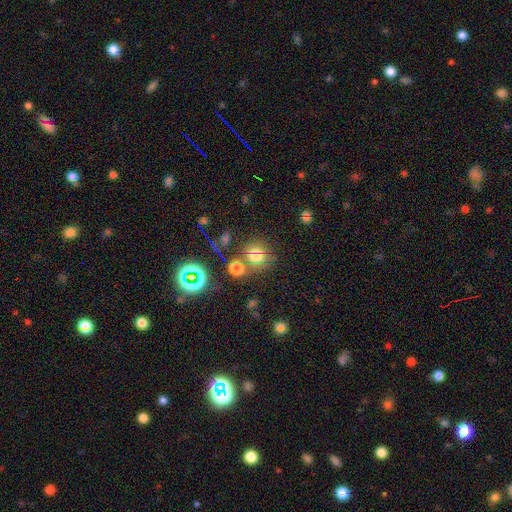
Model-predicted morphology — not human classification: smooth_or_featured: smooth (p=0.59) [alt: star or artifact p=0.31]
how_rounded: round (p=0.83) [alt: in between p=0.16]
merging: none (p=0.66) [alt: merger p=0.16]